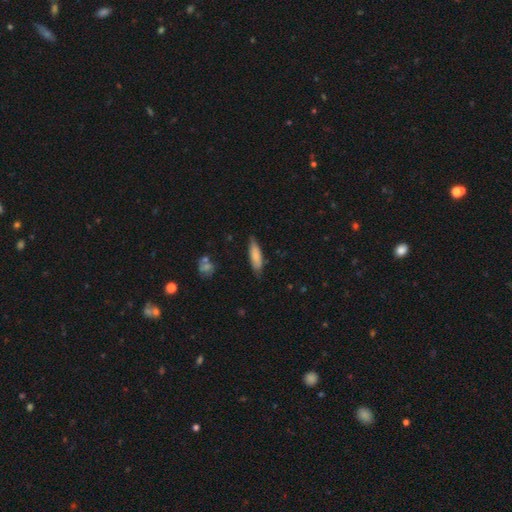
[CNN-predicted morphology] Smooth or featured? Predicted: smooth (p=0.80). How rounded? Predicted: cigar-shaped (p=0.60). Merging? Predicted: none (p=0.76).